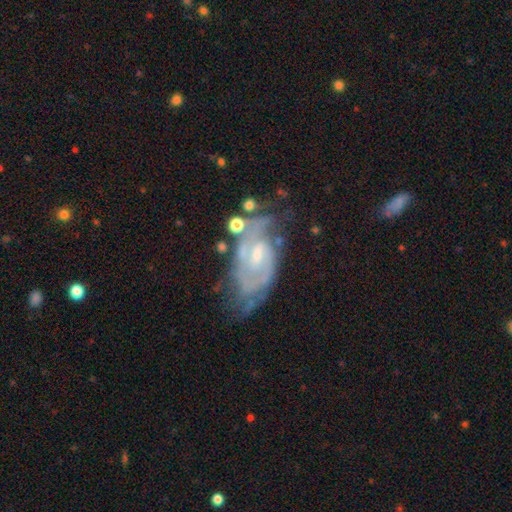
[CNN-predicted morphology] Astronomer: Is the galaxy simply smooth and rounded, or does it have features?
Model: featured or disk — 85%.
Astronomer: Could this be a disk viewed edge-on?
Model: no — 95%.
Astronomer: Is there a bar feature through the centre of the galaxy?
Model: weak — 54% (runner-up: no, 33%).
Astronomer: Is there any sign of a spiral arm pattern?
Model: yes — 95%.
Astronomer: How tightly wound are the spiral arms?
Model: tight — 51% (runner-up: medium, 40%).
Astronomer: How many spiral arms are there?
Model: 2 — 64%.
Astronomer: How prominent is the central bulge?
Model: small — 60%.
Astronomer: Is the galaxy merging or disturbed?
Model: none — 57%.